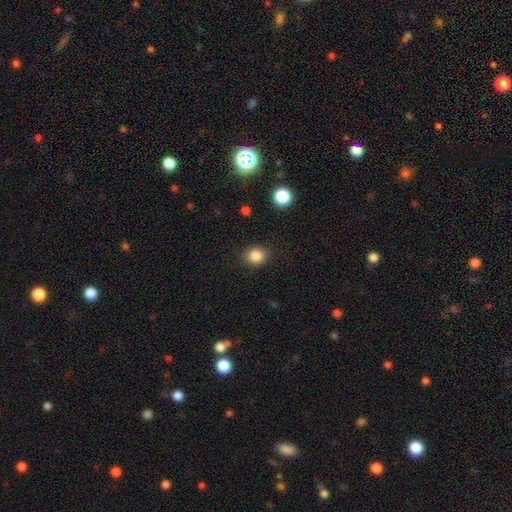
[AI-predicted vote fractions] This is clearly a smooth galaxy (85%). How rounded: likely round (75%). Merging: clearly none (87%).